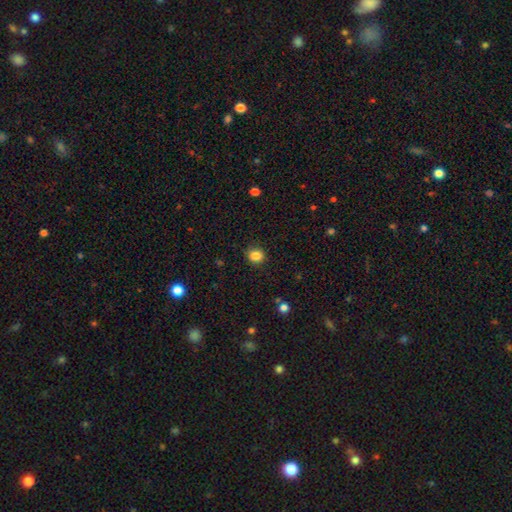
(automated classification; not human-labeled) Smooth or featured? Predicted: smooth (p=0.85). How rounded? Predicted: round (p=0.83). Merging? Predicted: none (p=0.89).